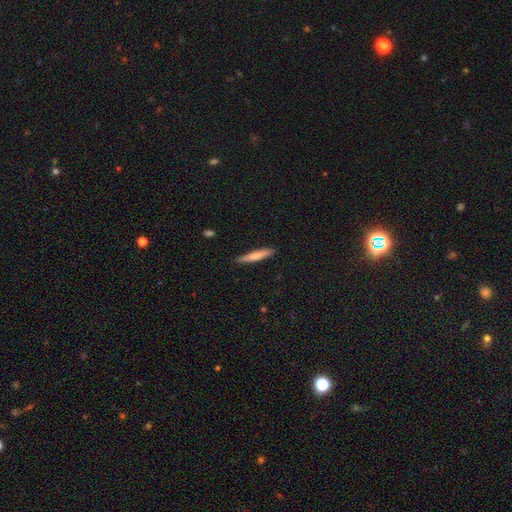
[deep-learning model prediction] smooth_or_featured: smooth (p=0.71) [alt: featured or disk p=0.23]
how_rounded: cigar-shaped (p=0.93) [alt: in between p=0.05]
merging: none (p=0.89) [alt: minor disturbance p=0.09]